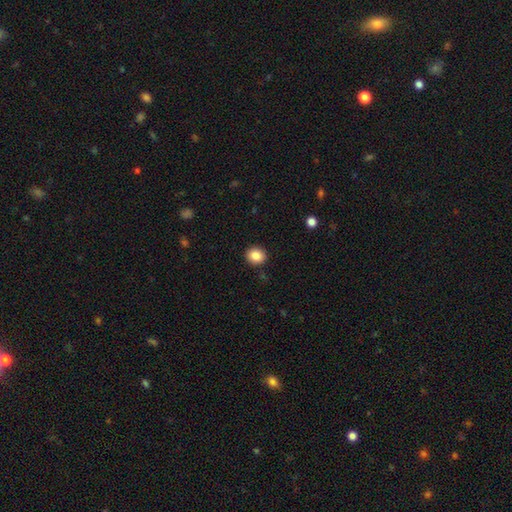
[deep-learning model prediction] This is clearly a smooth galaxy (86%). How rounded: likely round (77%). Merging: clearly none (91%).